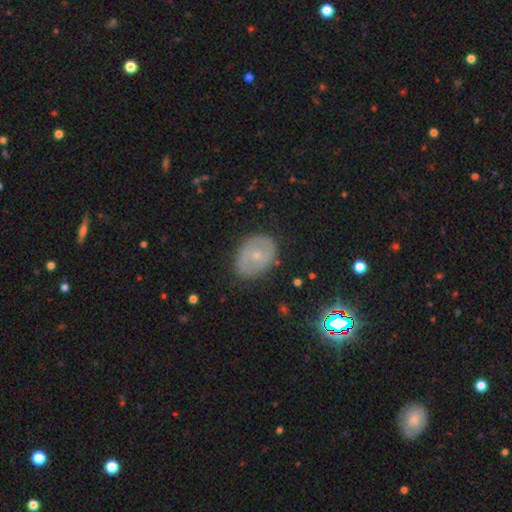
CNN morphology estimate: Smooth or featured: featured or disk — 48% (smooth — 41%)
Merging: none — 80% (minor disturbance — 14%)